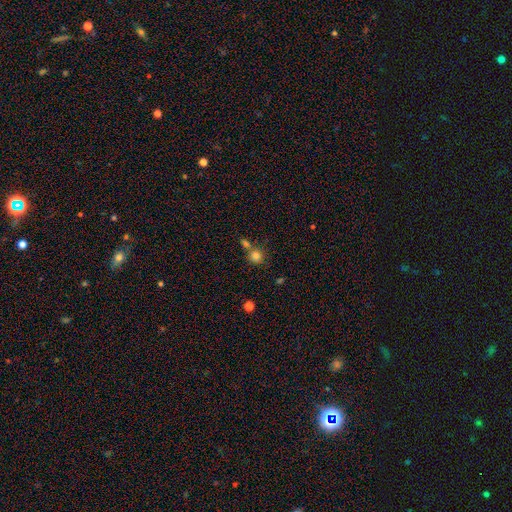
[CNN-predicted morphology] A smooth galaxy with no disk features (81%) that is round (90%). Merging: none (60%).